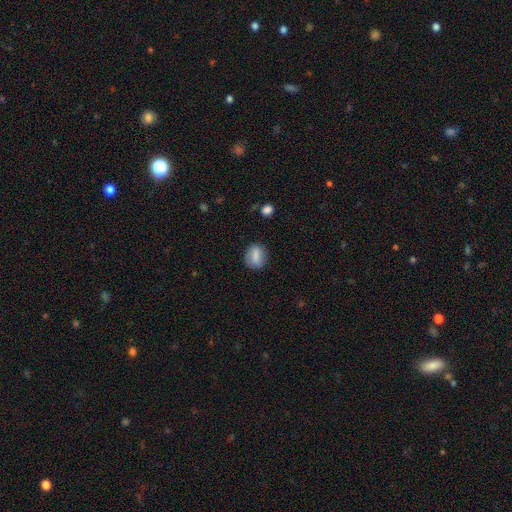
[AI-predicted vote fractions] Smooth or featured?
  - smooth: 76% *
  - featured or disk: 16%
  - star or artifact: 8%
How rounded?
  - in between: 51% *
  - round: 46%
  - cigar-shaped: 3%
Merging?
  - none: 81% *
  - minor disturbance: 14%
  - major disturbance: 4%
  - merger: 1%